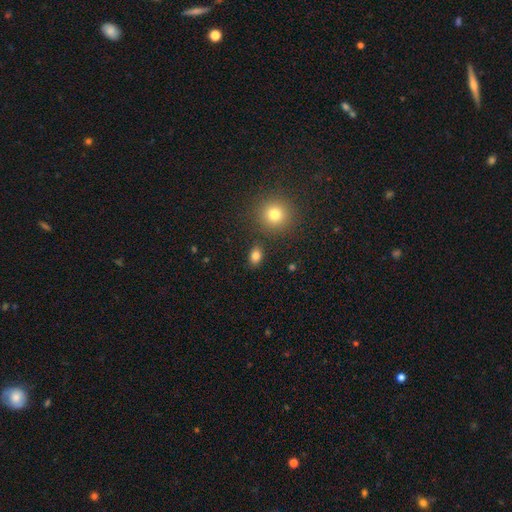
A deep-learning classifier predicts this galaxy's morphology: Smooth or featured? smooth (82%)
How rounded? in between (71%)
Merging? none (85%)